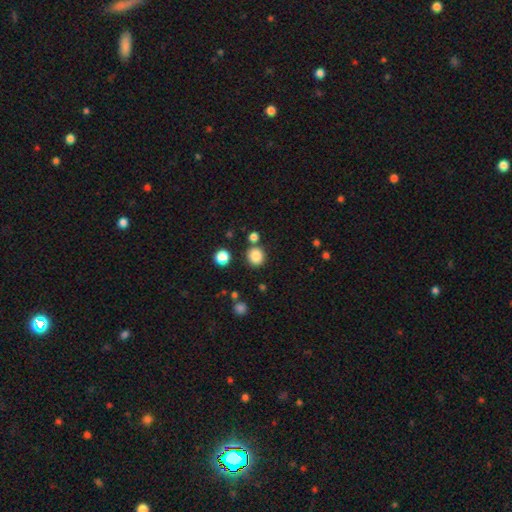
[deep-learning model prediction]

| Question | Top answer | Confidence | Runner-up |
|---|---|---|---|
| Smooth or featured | smooth | 85% | star or artifact (11%) |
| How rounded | round | 87% | in between (13%) |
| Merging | none | 78% | merger (10%) |